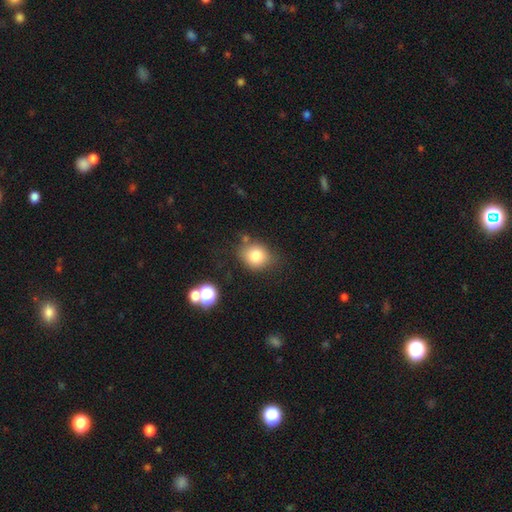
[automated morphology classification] Smooth or featured? Predicted: smooth (p=0.80). How rounded? Predicted: round (p=0.67). Merging? Predicted: none (p=0.69).